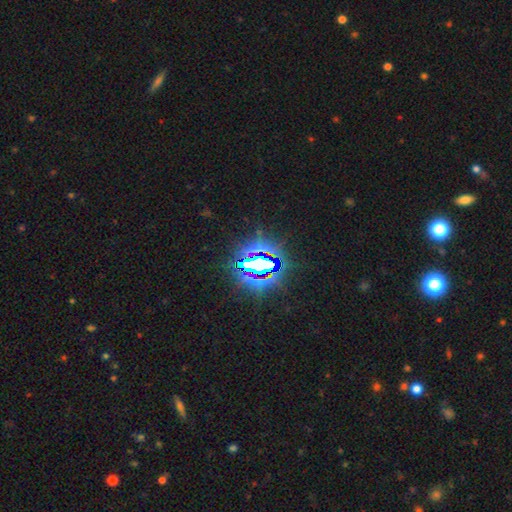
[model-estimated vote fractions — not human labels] star or artifact 83%, smooth 9%, featured or disk 8%.